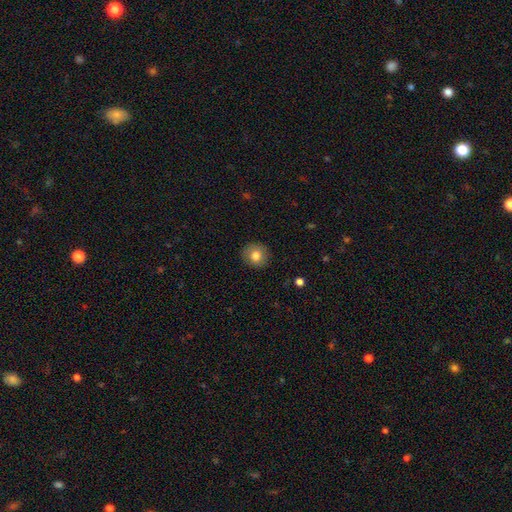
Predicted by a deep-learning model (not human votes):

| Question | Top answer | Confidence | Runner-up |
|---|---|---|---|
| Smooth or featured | smooth | 80% | featured or disk (11%) |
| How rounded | round | 86% | in between (13%) |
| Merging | none | 88% | minor disturbance (8%) |